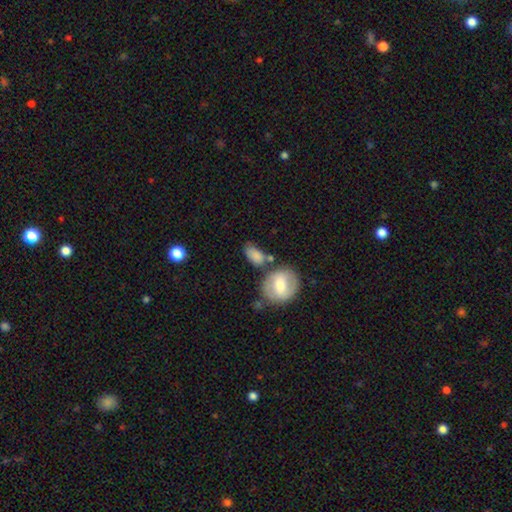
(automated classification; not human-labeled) This appears to be a smooth galaxy with no disk features (78%) that is in between round and cigar-shaped (81%). Merging: none (52%).